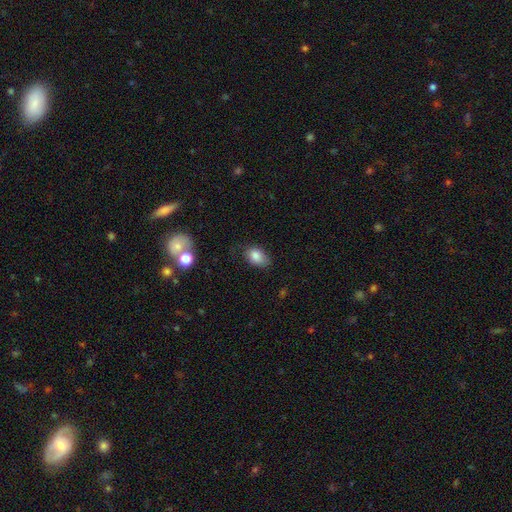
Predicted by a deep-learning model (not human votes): Morphology: type=smooth (83%); roundness=in between (85%); merging=none (68%).